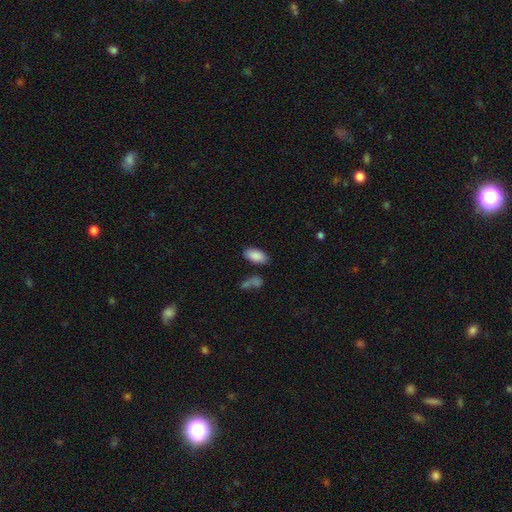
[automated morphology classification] smooth-or-featured: smooth: 88% | star or artifact: 7% | featured or disk: 5%
  how-rounded: in between: 93% | cigar-shaped: 4% | round: 2%
  merging: none: 77% | minor disturbance: 12% | merger: 8% | major disturbance: 4%